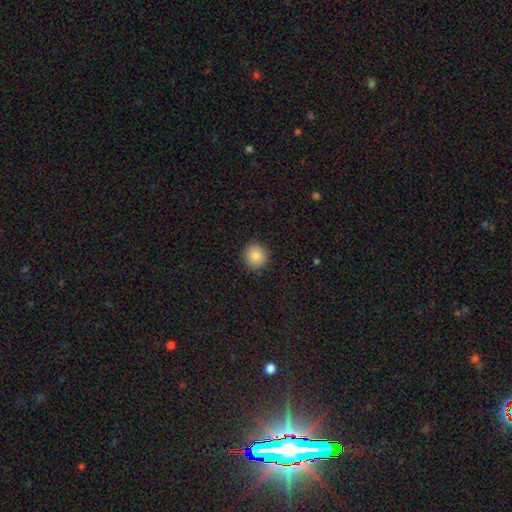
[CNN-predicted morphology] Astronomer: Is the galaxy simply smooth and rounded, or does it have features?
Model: smooth — 85%.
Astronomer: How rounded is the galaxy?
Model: round — 92%.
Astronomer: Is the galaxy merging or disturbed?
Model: none — 91%.